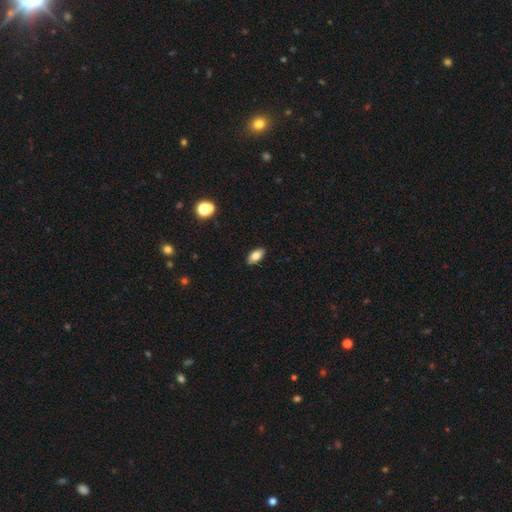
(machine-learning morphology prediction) The model was most divided on "smooth or featured": smooth: 82%, featured or disk: 10%, star or artifact: 8%. More confident: how rounded — in between (91%); merging — none (90%).